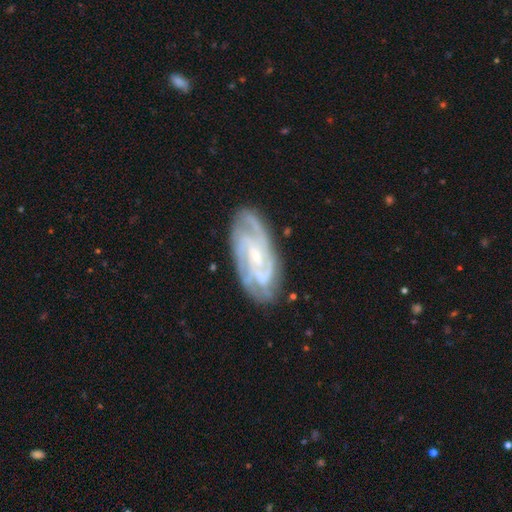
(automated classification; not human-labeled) This is clearly a featured or disk galaxy (87%). It is clearly not viewed edge-on (95%). Bar: marginally no (43%). Spiral arm pattern: clearly yes (97%). Spiral arm count: marginally 3 (34%). Spiral winding: possibly tight (60%). Central bulge: likely small (62%). Merging: likely none (79%).